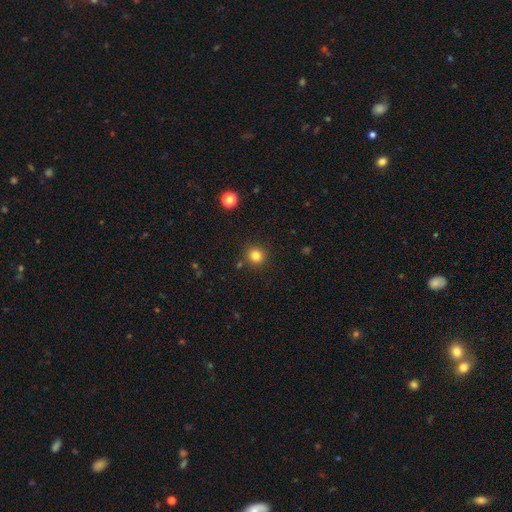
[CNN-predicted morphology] A smooth galaxy with no disk features (81%) that is round (91%).

Vote fractions:
- Smooth or featured? smooth: 81% / star or artifact: 13% / featured or disk: 6%
- How rounded? round: 91% / in between: 8% / cigar-shaped: 1%
- Merging? none: 88% / minor disturbance: 7% / merger: 3% / major disturbance: 2%